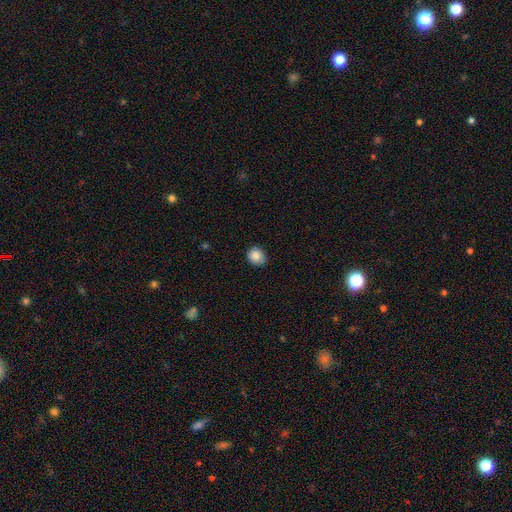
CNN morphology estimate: smooth-or-featured: smooth: 86% | star or artifact: 9% | featured or disk: 5%
  how-rounded: round: 80% | in between: 19% | cigar-shaped: 1%
  merging: none: 80% | minor disturbance: 17% | major disturbance: 2% | merger: 1%